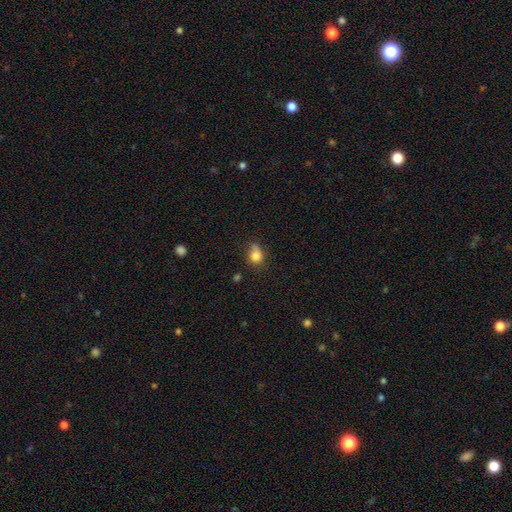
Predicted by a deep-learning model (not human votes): This is clearly a smooth galaxy (80%). How rounded: possibly round (57%). Merging: possibly none (46%).